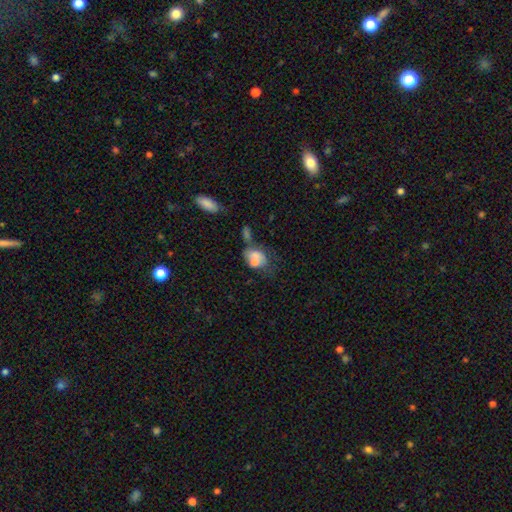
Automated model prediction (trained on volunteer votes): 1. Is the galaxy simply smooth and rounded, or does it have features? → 63% smooth, 27% featured or disk, 10% star or artifact.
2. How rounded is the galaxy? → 70% in between, 29% round, 2% cigar-shaped.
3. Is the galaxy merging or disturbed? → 36% merger, 24% none, 20% minor disturbance, 20% major disturbance.